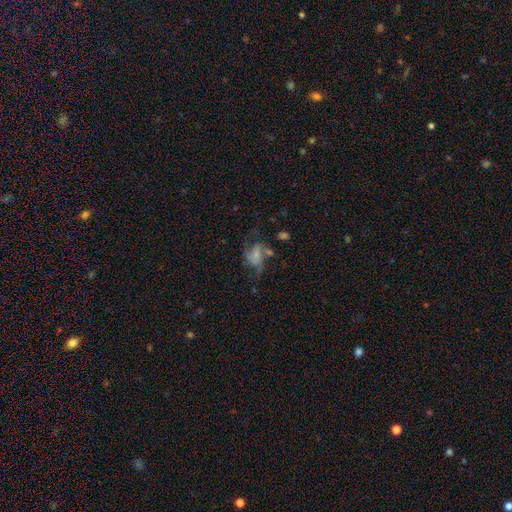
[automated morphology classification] Q: Smooth or featured?
A: featured or disk (57%); runner-up: smooth (32%)
Q: Edge-on disk?
A: no (97%); runner-up: yes (3%)
Q: Bar?
A: no (62%); runner-up: weak (30%)
Q: Spiral arms?
A: yes (75%); runner-up: no (25%)
Q: Bulge size?
A: small (44%); runner-up: none (24%)
Q: Merging?
A: major disturbance (36%); runner-up: none (31%)